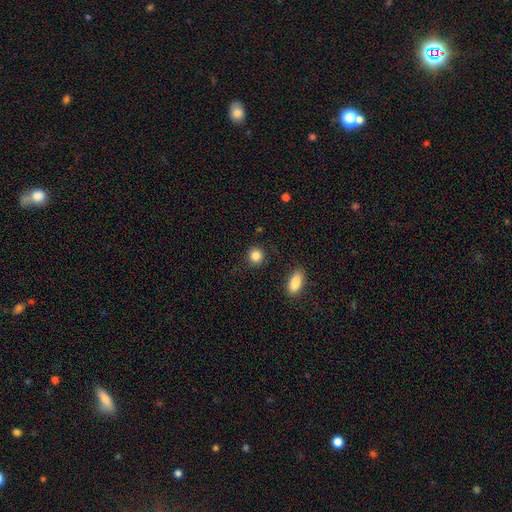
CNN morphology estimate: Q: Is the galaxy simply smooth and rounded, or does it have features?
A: smooth — 87%.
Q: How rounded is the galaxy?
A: round — 89%.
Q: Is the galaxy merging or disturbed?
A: none — 88%.